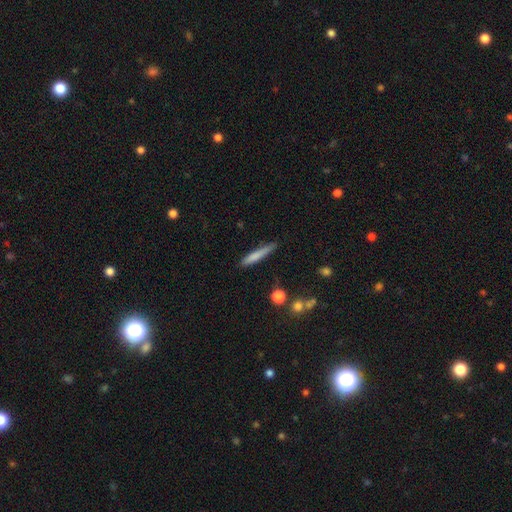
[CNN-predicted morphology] Q: Smooth or featured?
A: smooth (74%); runner-up: featured or disk (19%)
Q: How rounded?
A: cigar-shaped (93%); runner-up: in between (6%)
Q: Merging?
A: none (79%); runner-up: minor disturbance (16%)